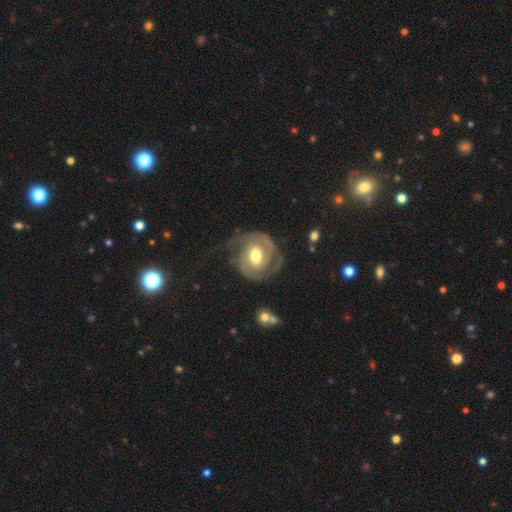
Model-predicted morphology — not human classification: The model was most divided on "bar": weak: 45%, no: 36%, strong: 19%. More confident: edge-on disk — no (98%); spiral arms — yes (94%); smooth or featured — featured or disk (86%); spiral arm count — 2 (80%); bulge size — moderate (73%); merging — none (68%); spiral winding — tight (54%).